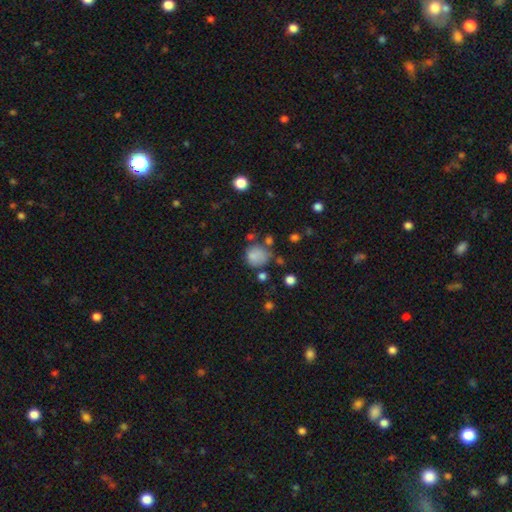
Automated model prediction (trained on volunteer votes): The model was most divided on "merging": none: 55%, minor disturbance: 23%, major disturbance: 12%, merger: 10%. More confident: how rounded — round (78%); smooth or featured — smooth (78%).